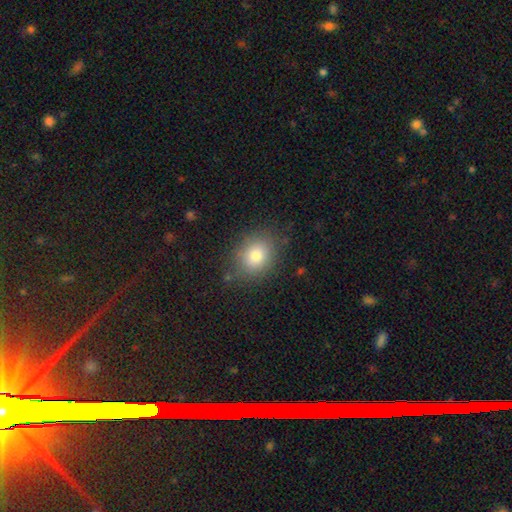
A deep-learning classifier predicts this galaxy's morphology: This appears to be a smooth galaxy with no disk features (79%) that is round (56%). Merging: none (82%).